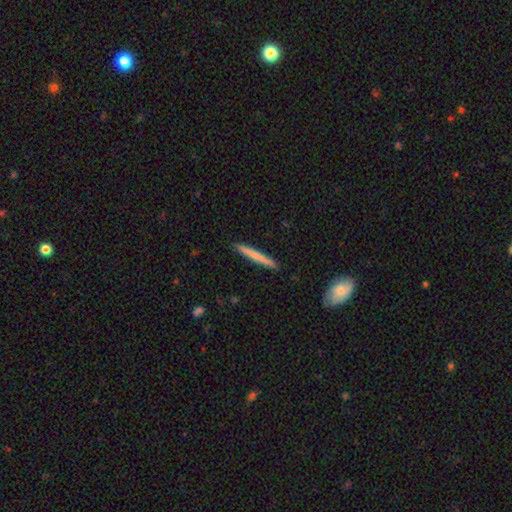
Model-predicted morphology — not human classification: smooth_or_featured: smooth (p=0.67) [alt: featured or disk p=0.27]
how_rounded: cigar-shaped (p=0.96) [alt: in between p=0.02]
merging: none (p=0.92) [alt: minor disturbance p=0.06]